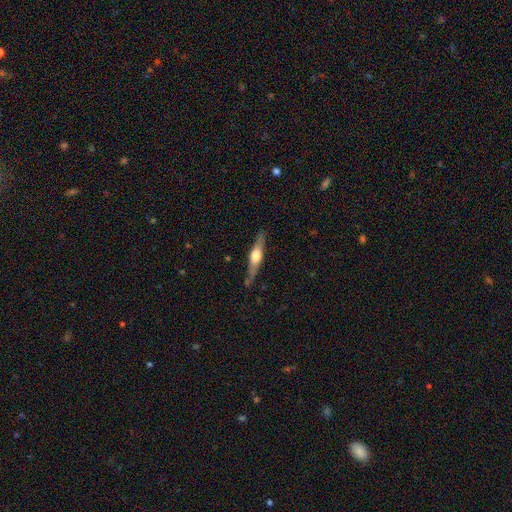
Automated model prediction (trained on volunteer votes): A featured or disk galaxy (63%) viewed edge-on (95%) with a rounded central bulge (90%). Merging: none (83%).